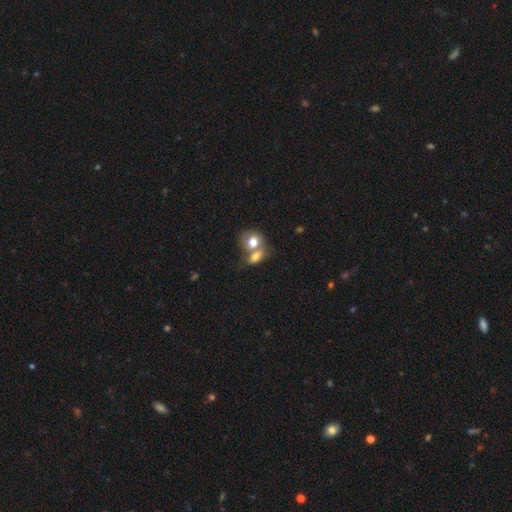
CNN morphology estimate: The model was most divided on "how rounded": in between: 61%, round: 36%, cigar-shaped: 3%. More confident: smooth or featured — smooth (75%); merging — merger (62%).